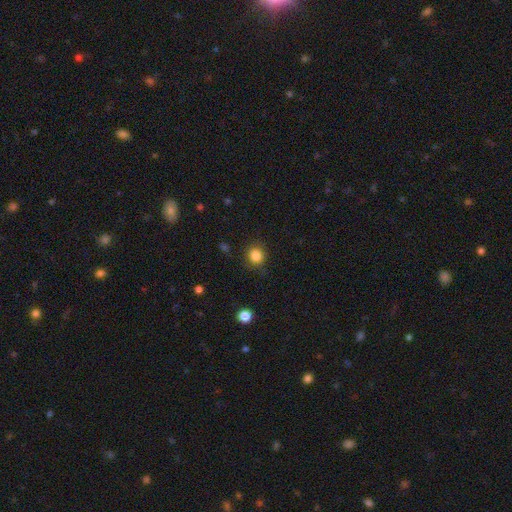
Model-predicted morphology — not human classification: Smooth or featured?
  - smooth: 85% *
  - star or artifact: 11%
  - featured or disk: 4%
How rounded?
  - round: 88% *
  - in between: 11%
  - cigar-shaped: 1%
Merging?
  - none: 86% *
  - minor disturbance: 10%
  - major disturbance: 3%
  - merger: 1%